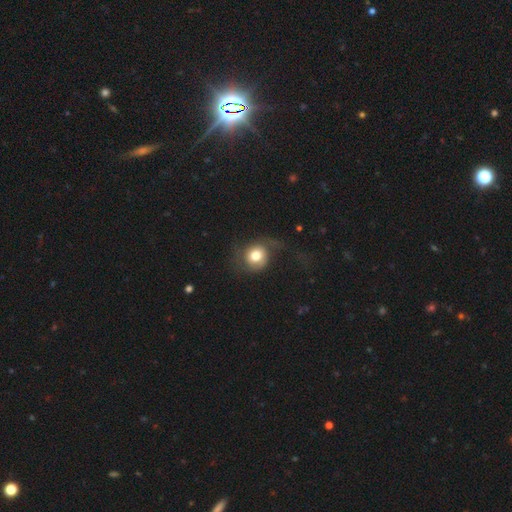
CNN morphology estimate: Overall: smooth (64%; featured or disk 27%). How rounded: round (75%). Merging: none (40%; major disturbance 35%).